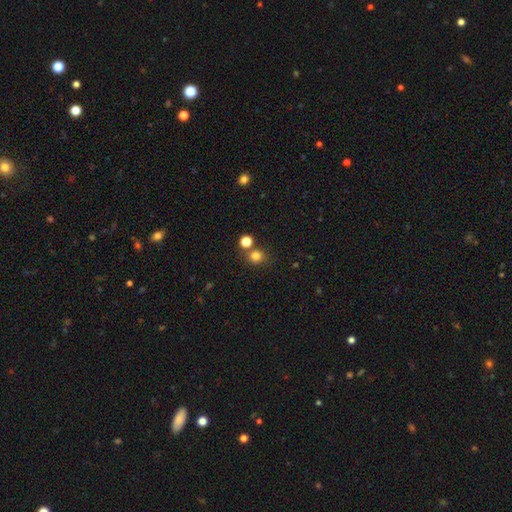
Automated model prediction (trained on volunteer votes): Smooth or featured? smooth (78%)
How rounded? round (85%)
Merging? none (70%)